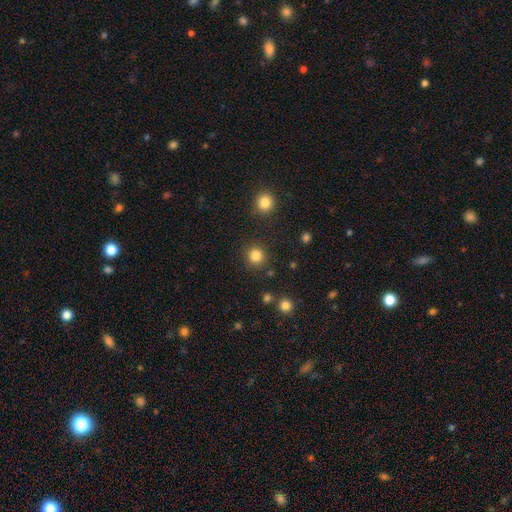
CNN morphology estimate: A smooth galaxy with no disk features (84%) that is round (93%).

Vote fractions:
- Smooth or featured? smooth: 84% / star or artifact: 12% / featured or disk: 4%
- How rounded? round: 93% / in between: 6% / cigar-shaped: 1%
- Merging? none: 89% / minor disturbance: 6% / major disturbance: 3% / merger: 3%